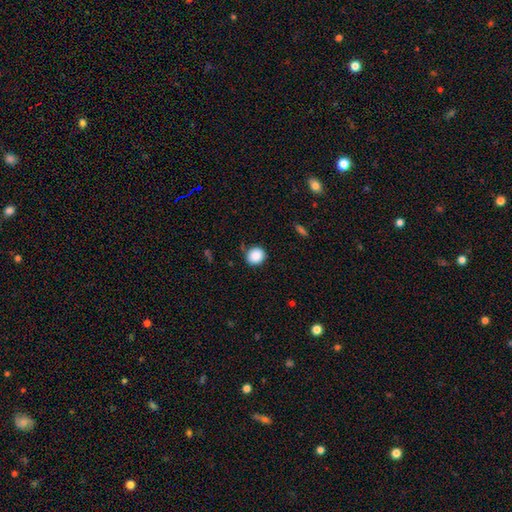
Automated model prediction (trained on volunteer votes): The model was most divided on "merging": none: 84%, minor disturbance: 11%, major disturbance: 3%, merger: 2%. More confident: smooth or featured — smooth (88%); how rounded — round (88%).